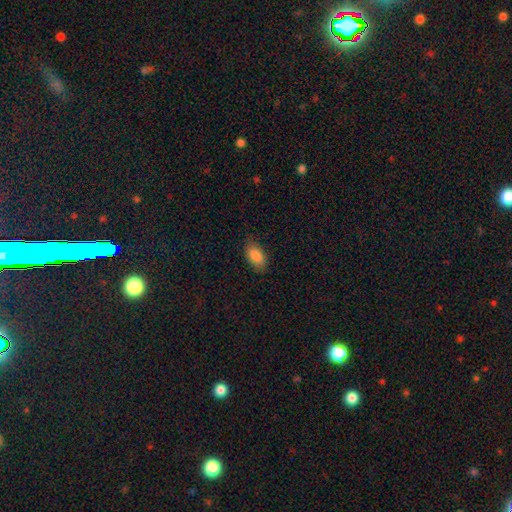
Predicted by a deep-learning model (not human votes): Smooth or featured?
  - smooth: 88% *
  - star or artifact: 7%
  - featured or disk: 5%
How rounded?
  - in between: 92% *
  - round: 4%
  - cigar-shaped: 3%
Merging?
  - none: 83% *
  - minor disturbance: 13%
  - major disturbance: 3%
  - merger: 1%